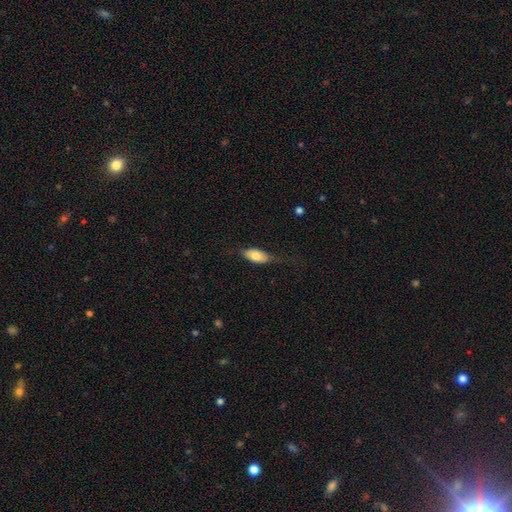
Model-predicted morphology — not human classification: smooth 73%, featured or disk 20%, star or artifact 6%. Down the decision tree: how rounded — in between (88%); merging — none (63%).